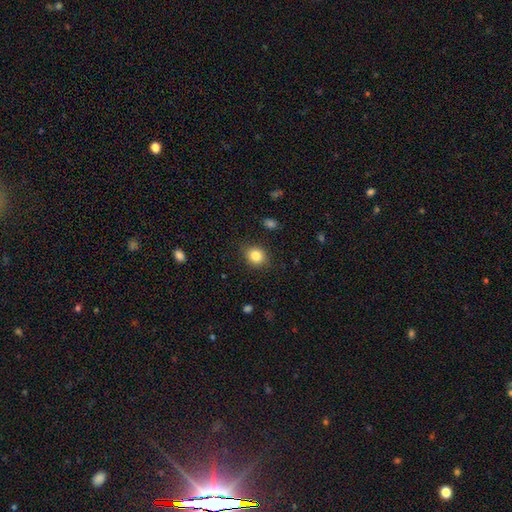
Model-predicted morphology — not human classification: Smooth or featured? Predicted: smooth (p=0.84). How rounded? Predicted: round (p=0.69). Merging? Predicted: none (p=0.84).